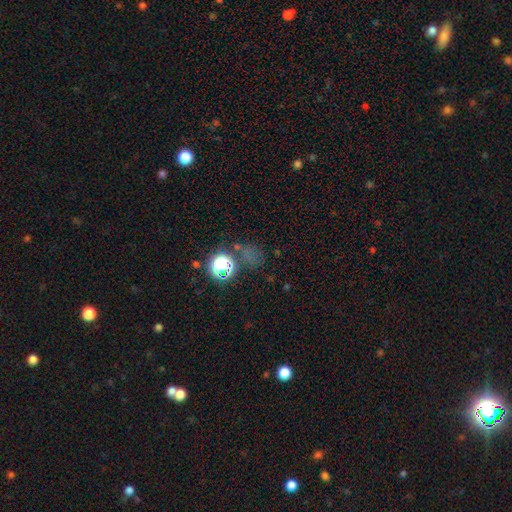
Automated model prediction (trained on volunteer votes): smooth-or-featured: star or artifact: 53% | smooth: 30% | featured or disk: 17%